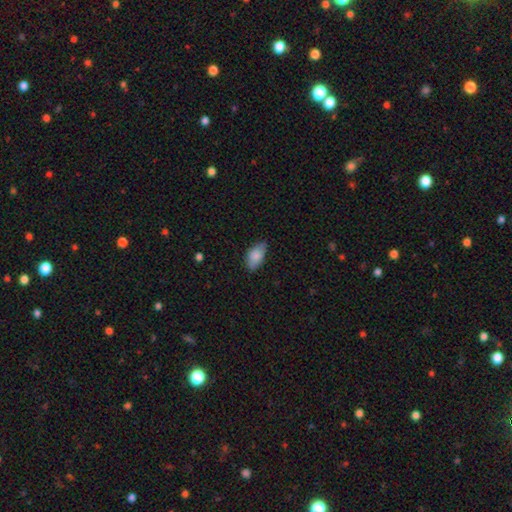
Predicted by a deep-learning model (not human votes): Smooth or featured?
  - smooth: 82% *
  - featured or disk: 11%
  - star or artifact: 7%
How rounded?
  - in between: 92% *
  - round: 4%
  - cigar-shaped: 4%
Merging?
  - none: 71% *
  - minor disturbance: 24%
  - major disturbance: 4%
  - merger: 1%